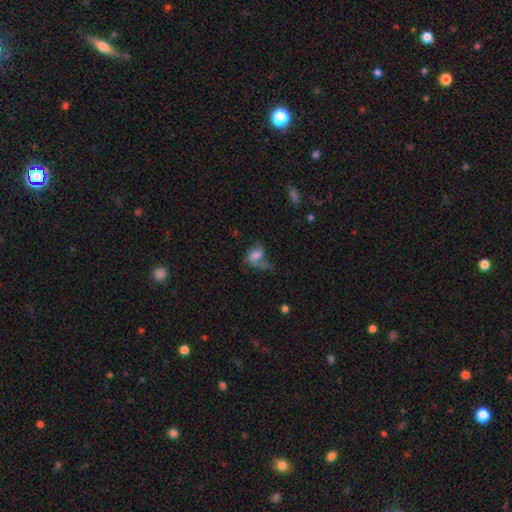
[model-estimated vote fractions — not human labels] A smooth galaxy with no disk features (57%) that is in between round and cigar-shaped (82%).

Vote fractions:
- Smooth or featured? smooth: 57% / featured or disk: 31% / star or artifact: 12%
- How rounded? in between: 82% / round: 15% / cigar-shaped: 3%
- Merging? major disturbance: 41% / none: 27% / minor disturbance: 22% / merger: 10%